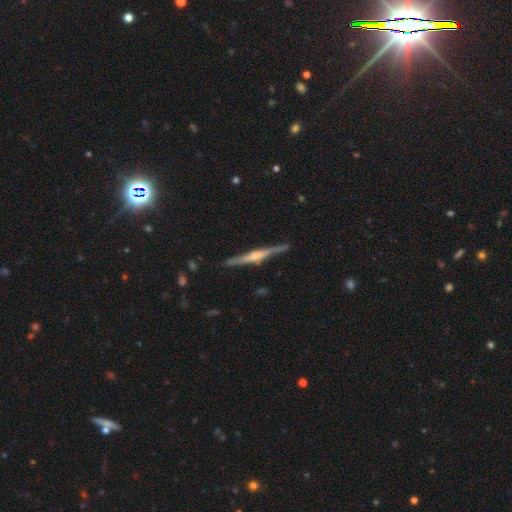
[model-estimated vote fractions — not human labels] Q: Smooth or featured?
A: featured or disk (82%); runner-up: smooth (12%)
Q: Edge-on disk?
A: yes (98%); runner-up: no (2%)
Q: Edge-on bulge?
A: rounded (74%); runner-up: boxy (17%)
Q: Merging?
A: none (89%); runner-up: minor disturbance (8%)